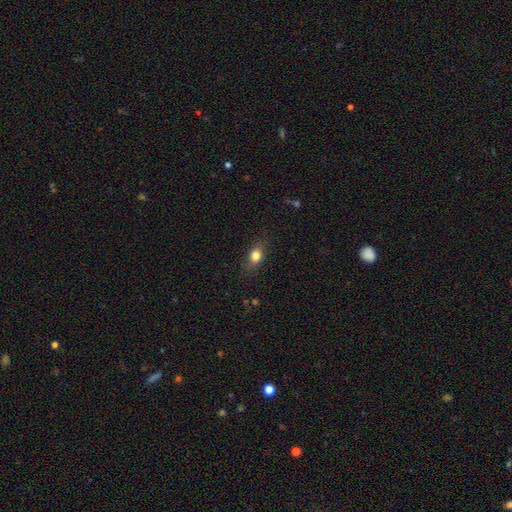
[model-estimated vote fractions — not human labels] Smooth or featured? smooth (79%)
How rounded? in between (60%)
Merging? none (79%)